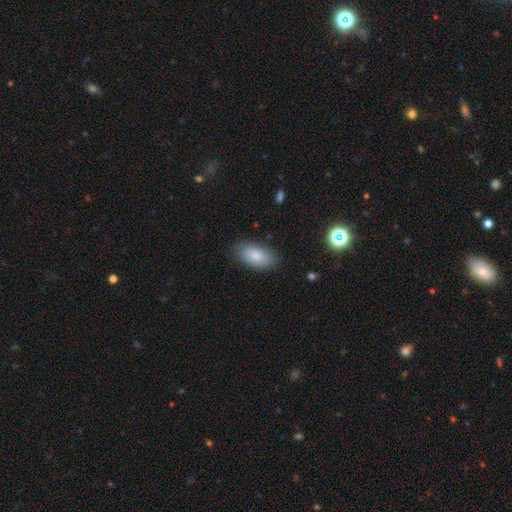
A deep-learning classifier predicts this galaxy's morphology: A smooth galaxy with no disk features (84%) that is in between round and cigar-shaped (93%).

Vote fractions:
- Smooth or featured? smooth: 84% / featured or disk: 10% / star or artifact: 7%
- How rounded? in between: 93% / cigar-shaped: 3% / round: 3%
- Merging? none: 83% / minor disturbance: 13% / major disturbance: 3% / merger: 1%